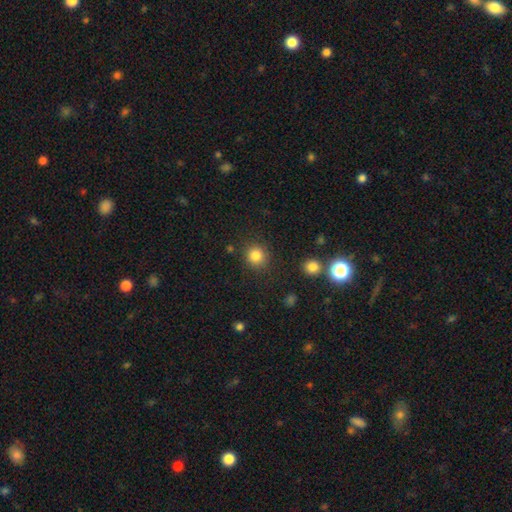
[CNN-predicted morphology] This appears to be a smooth galaxy with no disk features (84%) that is round (89%). Merging: none (87%).